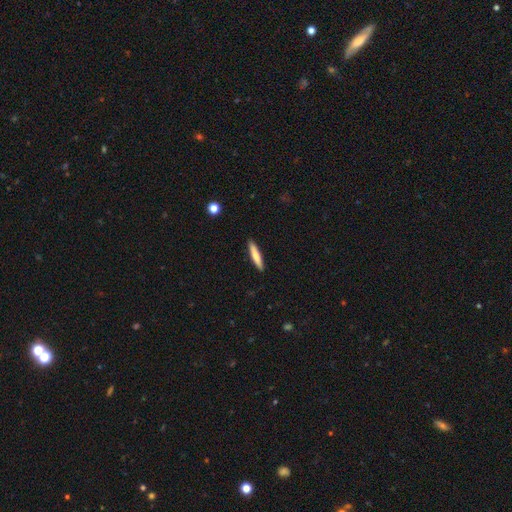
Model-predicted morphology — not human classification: A smooth galaxy with no disk features (75%) that is cigar-shaped (90%).

Vote fractions:
- Smooth or featured? smooth: 75% / featured or disk: 20% / star or artifact: 5%
- How rounded? cigar-shaped: 90% / in between: 9% / round: 1%
- Merging? none: 91% / minor disturbance: 7% / major disturbance: 1% / merger: 1%